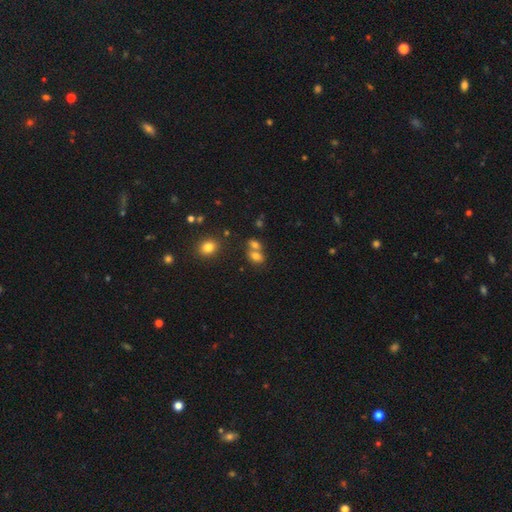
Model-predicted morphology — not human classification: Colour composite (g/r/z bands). It shows a smooth galaxy with no disk features (75%) that is in between round and cigar-shaped (71%). Merging: merger (51%).